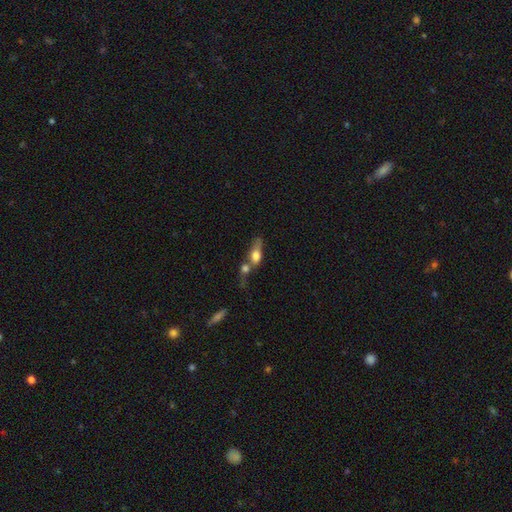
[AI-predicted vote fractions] A smooth galaxy with no disk features (63%) that is in between round and cigar-shaped (62%).

Vote fractions:
- Smooth or featured? smooth: 63% / featured or disk: 28% / star or artifact: 9%
- How rounded? in between: 62% / cigar-shaped: 22% / round: 16%
- Merging? merger: 59% / none: 19% / major disturbance: 12% / minor disturbance: 10%